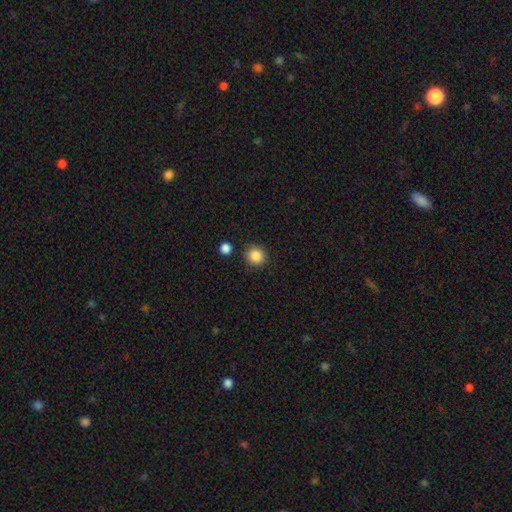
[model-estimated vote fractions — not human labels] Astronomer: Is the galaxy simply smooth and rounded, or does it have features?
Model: smooth — 87%.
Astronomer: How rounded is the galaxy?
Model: round — 92%.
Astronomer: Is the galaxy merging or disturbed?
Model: none — 88%.